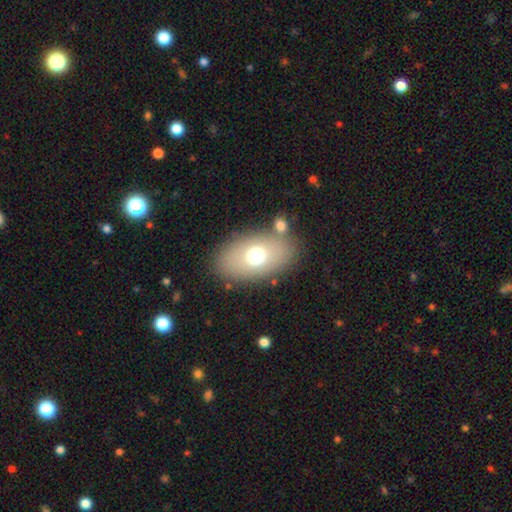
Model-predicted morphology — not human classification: Smooth or featured? Predicted: smooth (p=0.68). How rounded? Predicted: in between (p=0.87). Merging? Predicted: none (p=0.75).